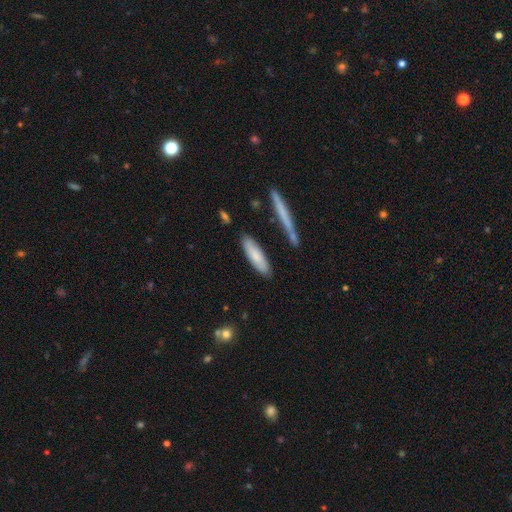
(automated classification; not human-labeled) Smooth or featured?
  - smooth: 77% *
  - featured or disk: 17%
  - star or artifact: 6%
How rounded?
  - cigar-shaped: 62% *
  - in between: 36%
  - round: 2%
Merging?
  - none: 78% *
  - minor disturbance: 13%
  - merger: 6%
  - major disturbance: 3%